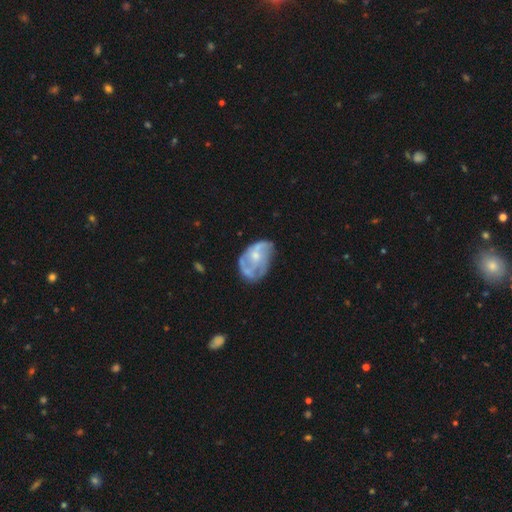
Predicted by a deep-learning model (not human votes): A featured or disk galaxy (69%) with no bar (73%), spiral arms (63%) and a small central bulge (51%).

Vote fractions:
- Smooth or featured? featured or disk: 69% / smooth: 25% / star or artifact: 7%
- Edge-on disk? no: 97% / yes: 3%
- Bar? no: 73% / weak: 24% / strong: 4%
- Spiral arms? yes: 63% / no: 37%
- Bulge size? small: 51% / moderate: 38% / none: 7% / large: 2% / dominant: 1%
- Merging? none: 44% / minor disturbance: 29% / major disturbance: 23% / merger: 4%